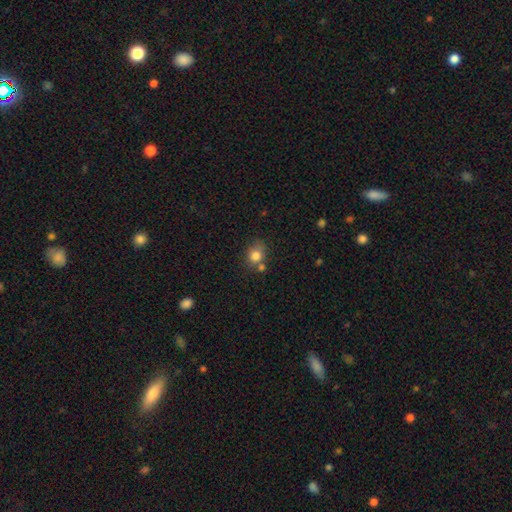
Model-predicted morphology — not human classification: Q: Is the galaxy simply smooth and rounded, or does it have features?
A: smooth — 81%.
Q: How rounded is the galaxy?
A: round — 60%.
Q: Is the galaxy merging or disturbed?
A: none — 58%.